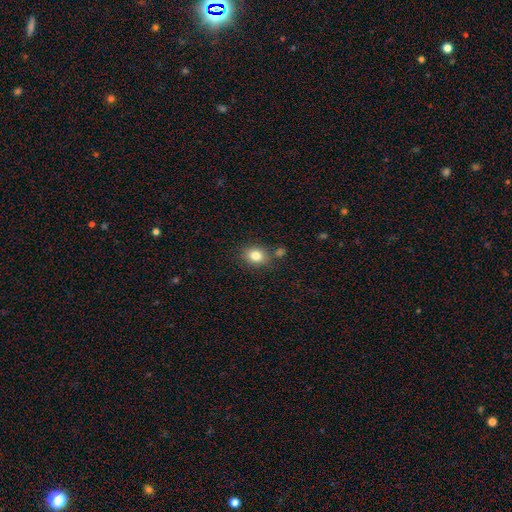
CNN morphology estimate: The model was most divided on "how rounded": in between: 51%, round: 48%, cigar-shaped: 1%. More confident: smooth or featured — smooth (81%); merging — none (77%).